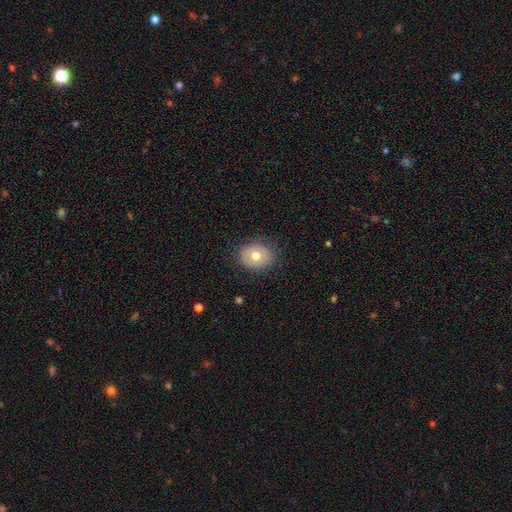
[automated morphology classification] type=smooth (65%); roundness=round (56%); merging=none (81%).